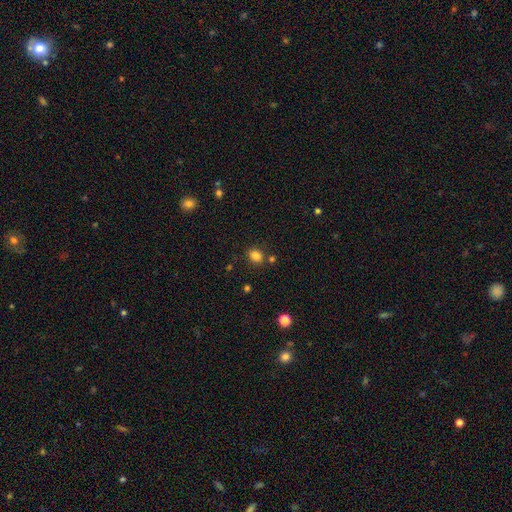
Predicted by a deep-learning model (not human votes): smooth-or-featured: smooth: 82% | star or artifact: 13% | featured or disk: 5%
  how-rounded: round: 59% | in between: 40% | cigar-shaped: 1%
  merging: none: 79% | minor disturbance: 10% | merger: 7% | major disturbance: 3%